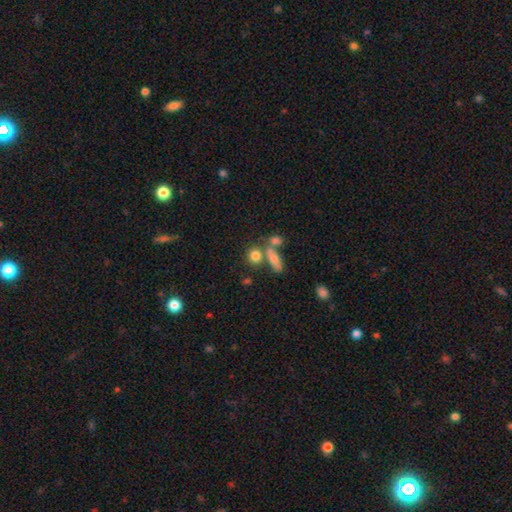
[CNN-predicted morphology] Smooth or featured?
  - smooth: 77% *
  - star or artifact: 12%
  - featured or disk: 11%
How rounded?
  - round: 66% *
  - in between: 29%
  - cigar-shaped: 5%
Merging?
  - none: 54% *
  - merger: 29%
  - minor disturbance: 11%
  - major disturbance: 6%